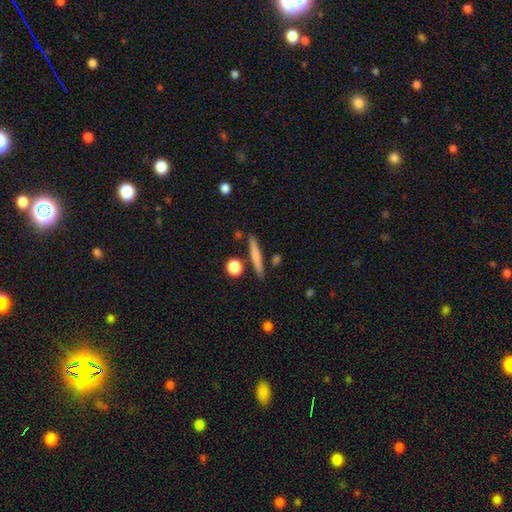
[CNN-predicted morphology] Overall: smooth (67%; featured or disk 27%). How rounded: cigar-shaped (90%). Merging: none (84%).